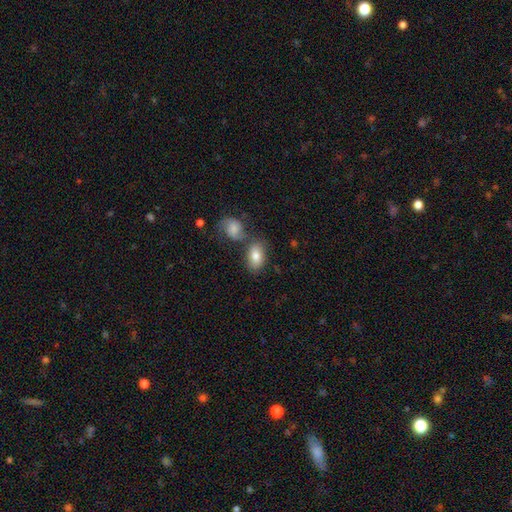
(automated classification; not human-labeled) Overall: smooth (79%). How rounded: in between (89%). Merging: none (58%; merger 23%).